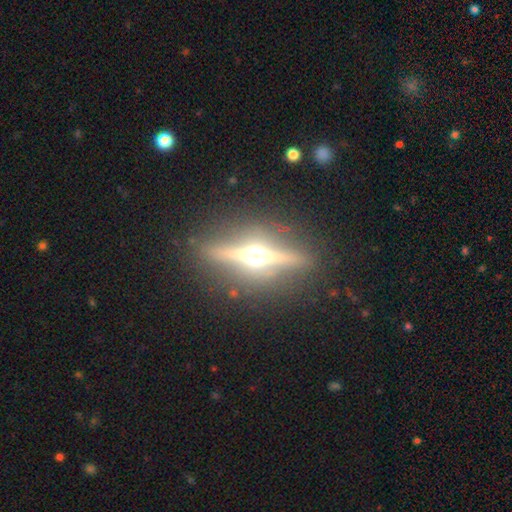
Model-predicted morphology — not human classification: Overall: featured or disk (84%). Edge-on disk: yes (96%). Edge-on bulge: rounded (95%). Merging: none (87%).